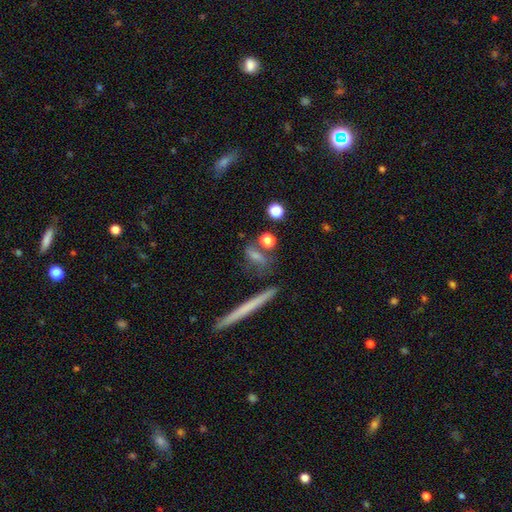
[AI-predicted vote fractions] smooth 53%, featured or disk 33%, star or artifact 14%. Down the decision tree: how rounded — cigar-shaped (51%); merging — none (70%).